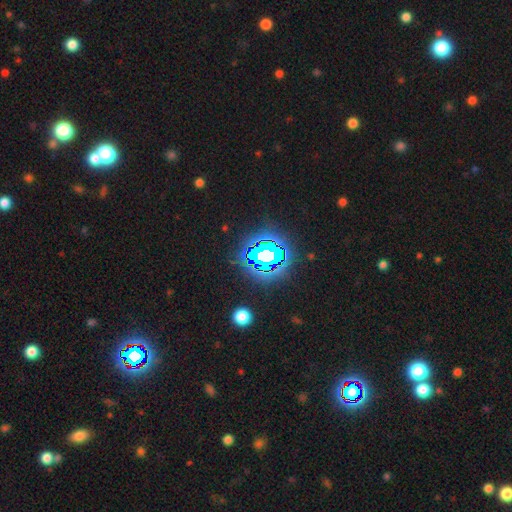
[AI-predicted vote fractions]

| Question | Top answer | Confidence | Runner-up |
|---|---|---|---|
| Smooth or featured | star or artifact | 77% | smooth (14%) |